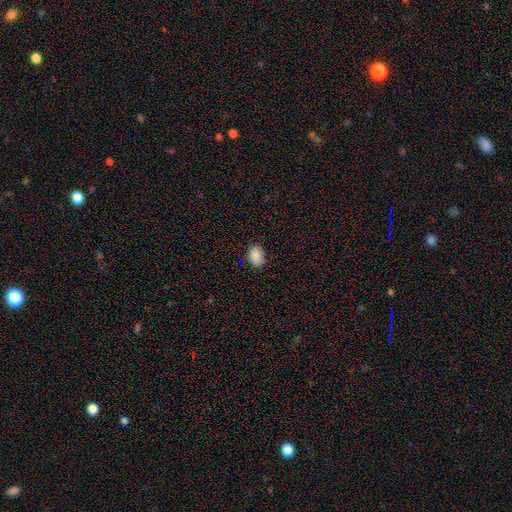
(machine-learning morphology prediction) Smooth or featured: smooth — 88% (star or artifact — 8%)
How rounded: in between — 84% (round — 15%)
Merging: none — 86% (minor disturbance — 11%)